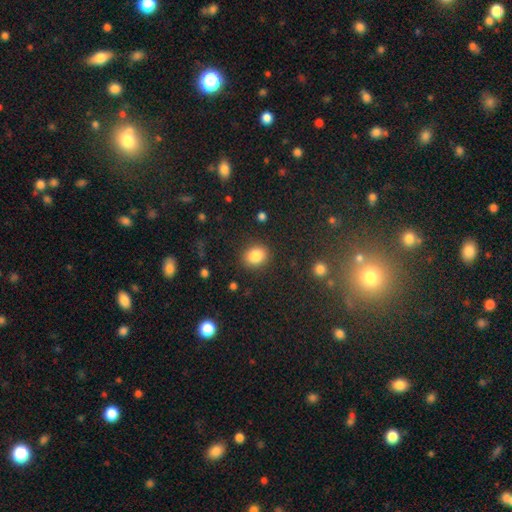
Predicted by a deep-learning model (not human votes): Smooth or featured?
  - smooth: 85% *
  - star or artifact: 10%
  - featured or disk: 5%
How rounded?
  - round: 60% *
  - in between: 39%
  - cigar-shaped: 1%
Merging?
  - none: 87% *
  - minor disturbance: 8%
  - major disturbance: 3%
  - merger: 2%